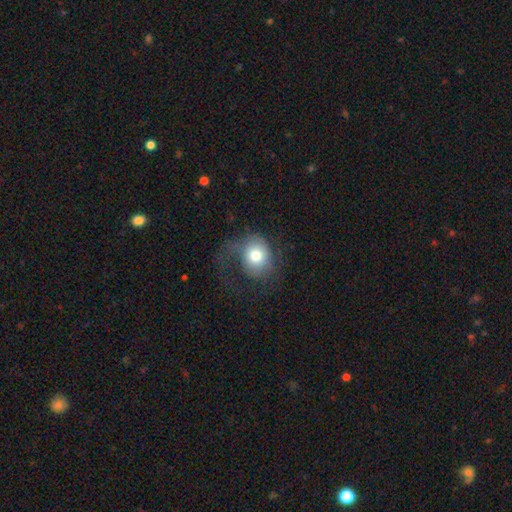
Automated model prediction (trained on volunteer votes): Smooth or featured?
  - smooth: 67% *
  - featured or disk: 23%
  - star or artifact: 10%
How rounded?
  - round: 72% *
  - in between: 27%
  - cigar-shaped: 1%
Merging?
  - major disturbance: 40% *
  - none: 38%
  - minor disturbance: 20%
  - merger: 2%